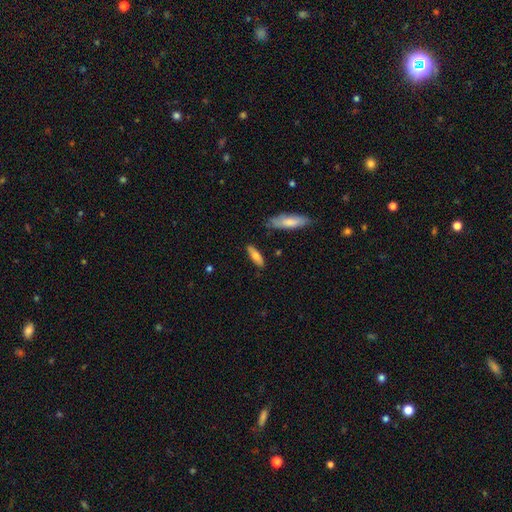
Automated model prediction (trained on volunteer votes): A smooth galaxy with no disk features (65%) that is cigar-shaped (53%).

Vote fractions:
- Smooth or featured? smooth: 65% / featured or disk: 29% / star or artifact: 6%
- How rounded? cigar-shaped: 53% / in between: 44% / round: 2%
- Merging? none: 81% / minor disturbance: 13% / merger: 3% / major disturbance: 3%